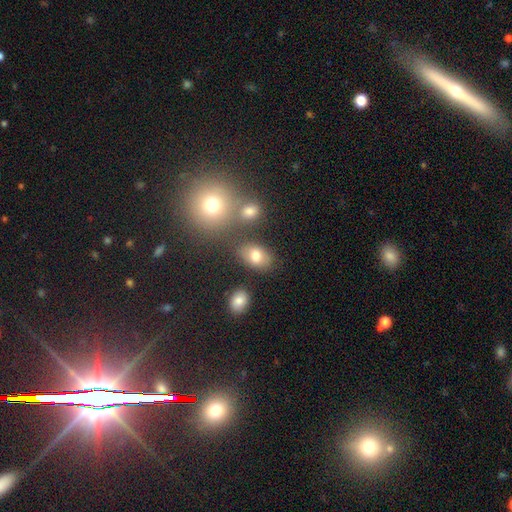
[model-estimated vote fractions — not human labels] A smooth galaxy with no disk features (77%) that is in between round and cigar-shaped (78%).

Vote fractions:
- Smooth or featured? smooth: 77% / featured or disk: 12% / star or artifact: 11%
- How rounded? in between: 78% / round: 20% / cigar-shaped: 1%
- Merging? none: 72% / minor disturbance: 13% / merger: 10% / major disturbance: 5%